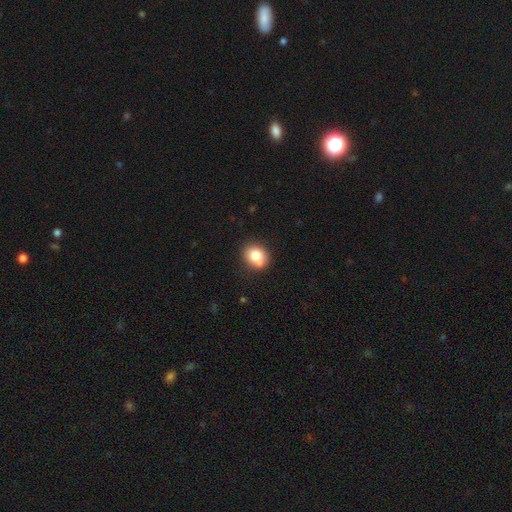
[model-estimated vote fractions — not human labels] This is likely a smooth galaxy (77%). How rounded: likely round (68%). Merging: likely none (66%).